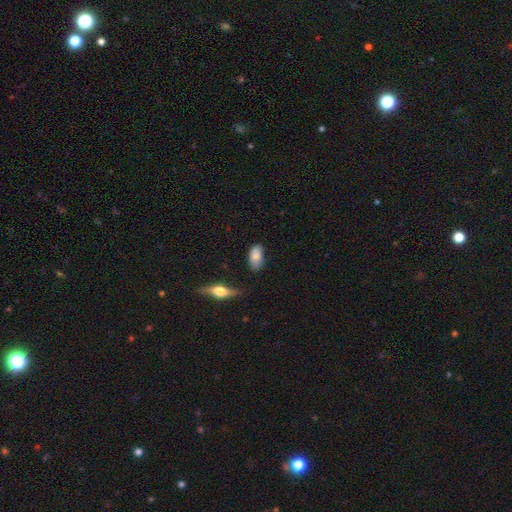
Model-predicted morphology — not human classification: type=smooth (85%); roundness=in between (92%); merging=none (71%).